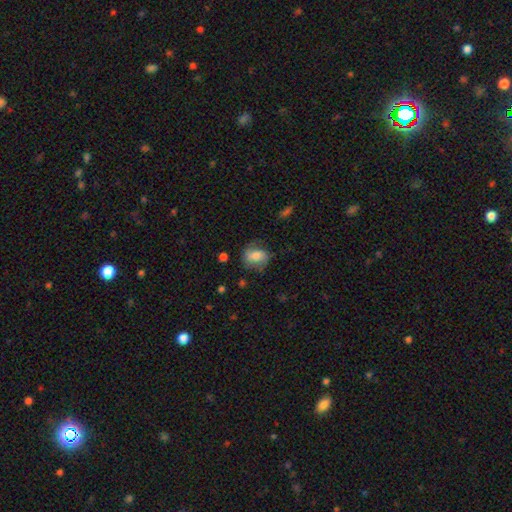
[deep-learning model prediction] A smooth galaxy with no disk features (60%) that is in between round and cigar-shaped (56%).

Vote fractions:
- Smooth or featured? smooth: 60% / featured or disk: 32% / star or artifact: 8%
- How rounded? in between: 56% / round: 43% / cigar-shaped: 2%
- Merging? none: 61% / minor disturbance: 25% / major disturbance: 13% / merger: 2%